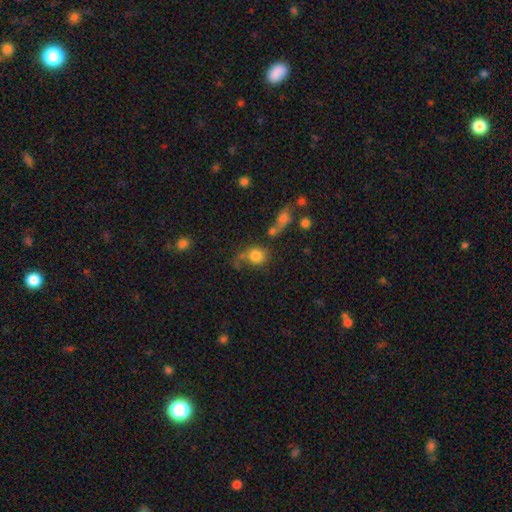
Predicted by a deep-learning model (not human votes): This appears to be a smooth galaxy with no disk features (79%) that is round (73%). Merging: none (49%).